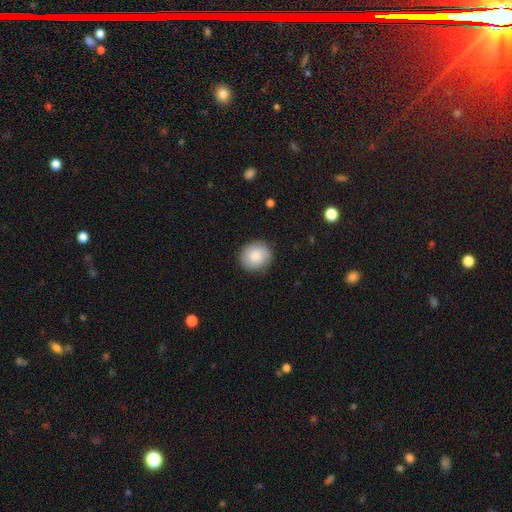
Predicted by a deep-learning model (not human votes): smooth_or_featured: smooth (p=0.73) [alt: featured or disk p=0.20]
how_rounded: round (p=0.83) [alt: in between p=0.16]
merging: none (p=0.85) [alt: minor disturbance p=0.11]